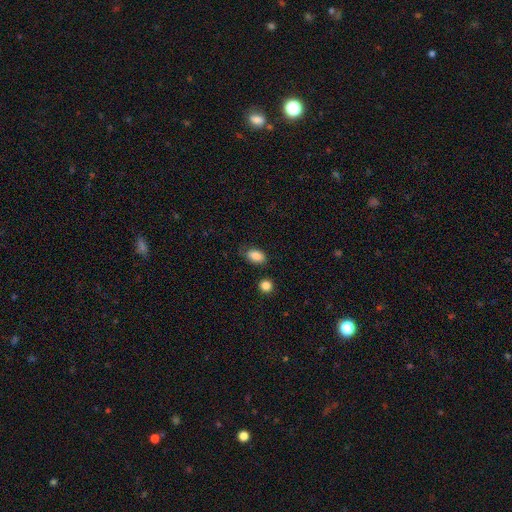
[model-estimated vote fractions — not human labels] Overall: smooth (87%). How rounded: in between (87%). Merging: none (75%).